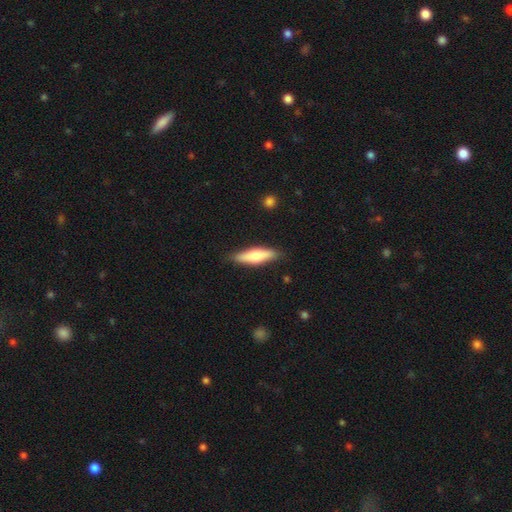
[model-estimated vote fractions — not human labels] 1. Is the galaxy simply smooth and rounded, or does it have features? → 61% smooth, 34% featured or disk, 6% star or artifact.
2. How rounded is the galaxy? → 62% cigar-shaped, 36% in between, 2% round.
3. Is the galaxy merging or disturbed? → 85% none, 12% minor disturbance, 2% major disturbance, 1% merger.